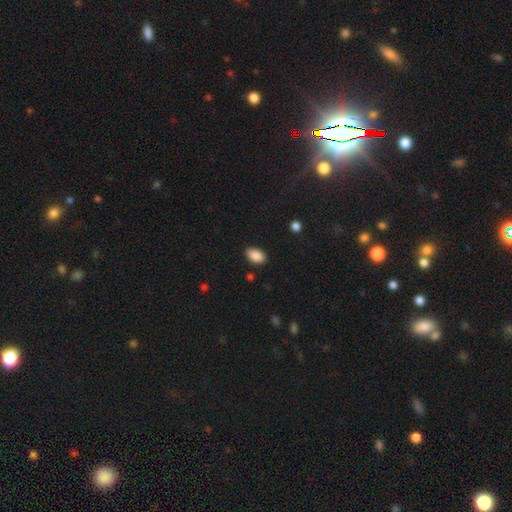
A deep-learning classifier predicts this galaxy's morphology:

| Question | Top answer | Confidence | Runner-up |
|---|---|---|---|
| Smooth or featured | smooth | 89% | star or artifact (7%) |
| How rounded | in between | 92% | round (7%) |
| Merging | none | 86% | minor disturbance (11%) |